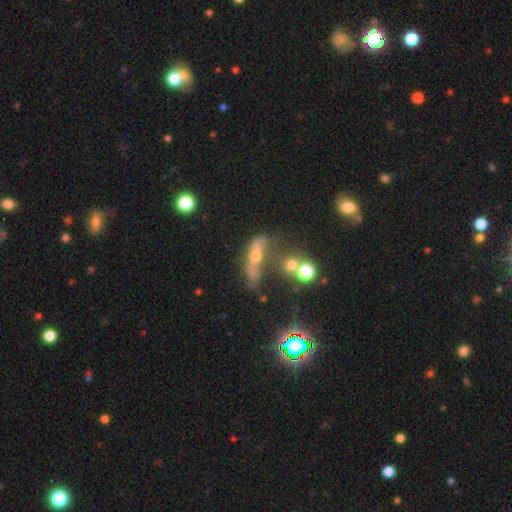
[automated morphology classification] Smooth or featured? featured or disk (42%)
Merging? merger (31%)